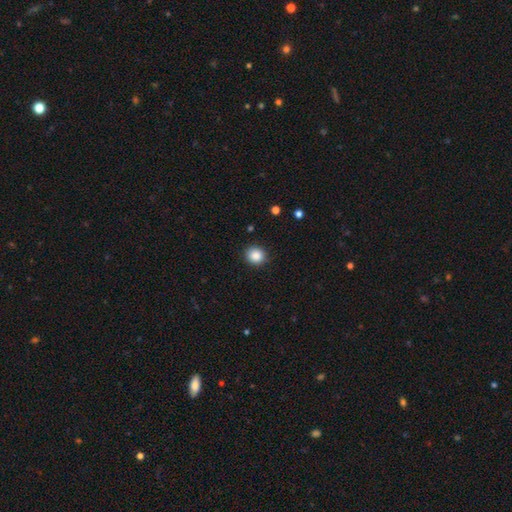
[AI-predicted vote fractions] Smooth or featured? smooth (88%)
How rounded? round (83%)
Merging? none (90%)